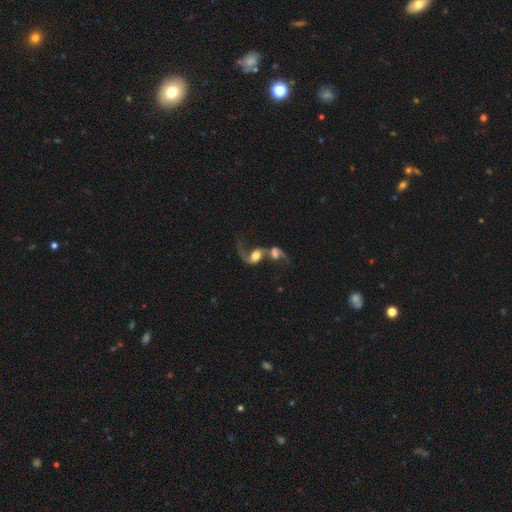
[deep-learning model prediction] Smooth or featured? Predicted: featured or disk (p=0.62). Edge-on disk? Predicted: no (p=0.95). Bar? Predicted: no (p=0.60). Spiral arms? Predicted: yes (p=0.82). Bulge size? Predicted: moderate (p=0.39). Merging? Predicted: merger (p=0.75).